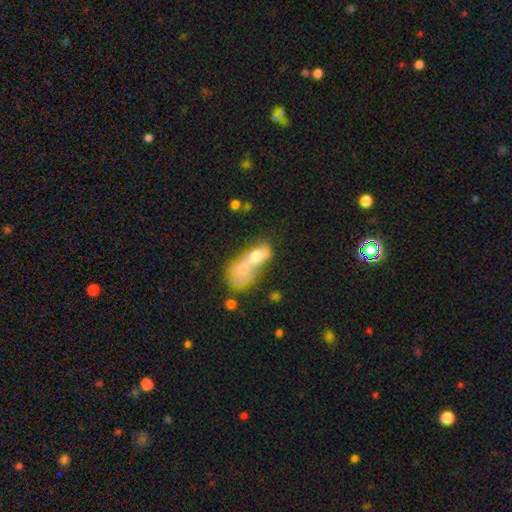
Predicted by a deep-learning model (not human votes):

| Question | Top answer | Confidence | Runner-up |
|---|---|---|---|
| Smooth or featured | smooth | 61% | featured or disk (30%) |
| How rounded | in between | 72% | round (19%) |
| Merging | merger | 80% | none (9%) |